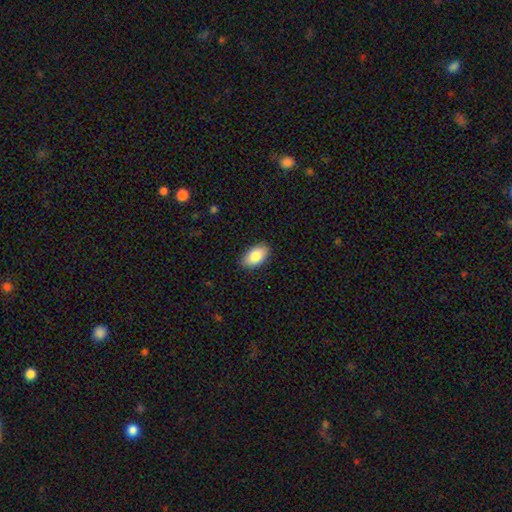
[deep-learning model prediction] Smooth or featured? smooth (85%)
How rounded? in between (94%)
Merging? none (87%)